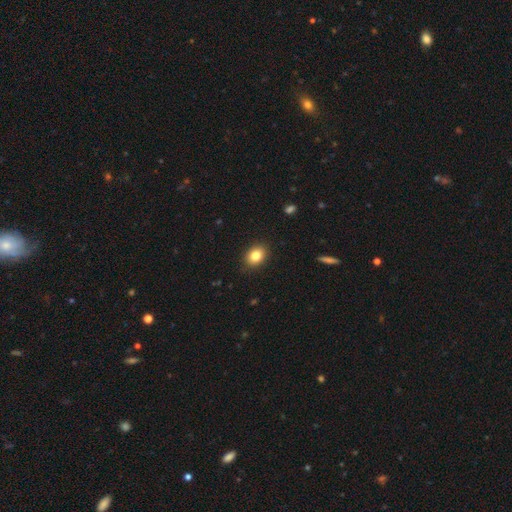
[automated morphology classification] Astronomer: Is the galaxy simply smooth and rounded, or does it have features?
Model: smooth — 83%.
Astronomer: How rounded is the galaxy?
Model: in between — 61% (runner-up: round, 38%).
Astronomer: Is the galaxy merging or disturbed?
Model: none — 89%.